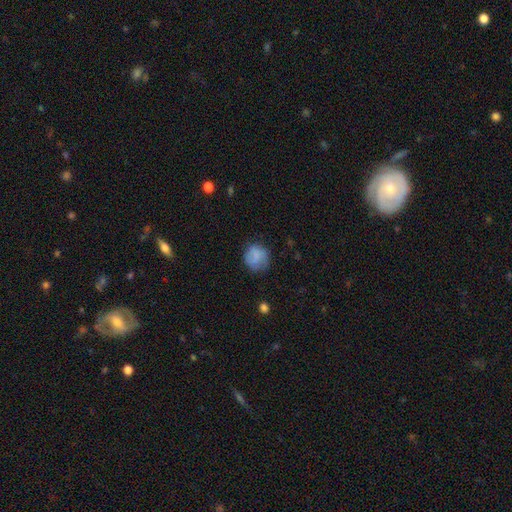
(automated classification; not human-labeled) A smooth galaxy with no disk features (77%) that is round (81%). Merging: none (69%).